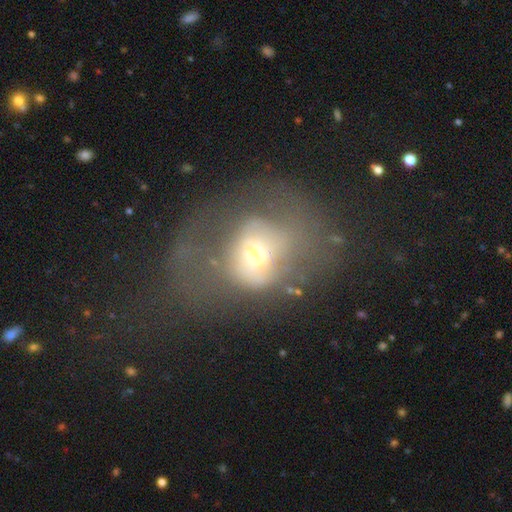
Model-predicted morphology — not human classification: Smooth or featured: smooth — 43% (featured or disk — 42%)
Merging: major disturbance — 54% (none — 21%)